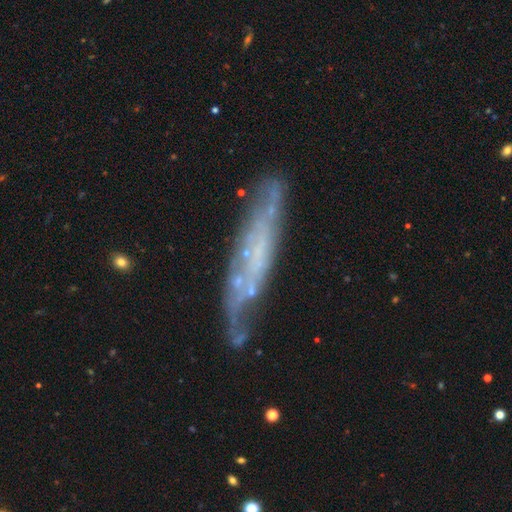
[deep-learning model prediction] Smooth or featured?
  - featured or disk: 66% *
  - smooth: 25%
  - star or artifact: 9%
Edge-on disk?
  - yes: 54% *
  - no: 46%
Merging?
  - none: 64% *
  - minor disturbance: 22%
  - major disturbance: 9%
  - merger: 4%